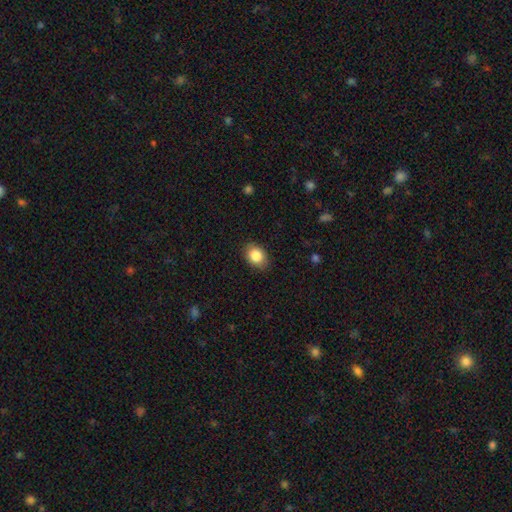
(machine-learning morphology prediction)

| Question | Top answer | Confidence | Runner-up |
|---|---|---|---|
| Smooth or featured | smooth | 85% | star or artifact (8%) |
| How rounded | in between | 72% | round (27%) |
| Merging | none | 85% | minor disturbance (12%) |